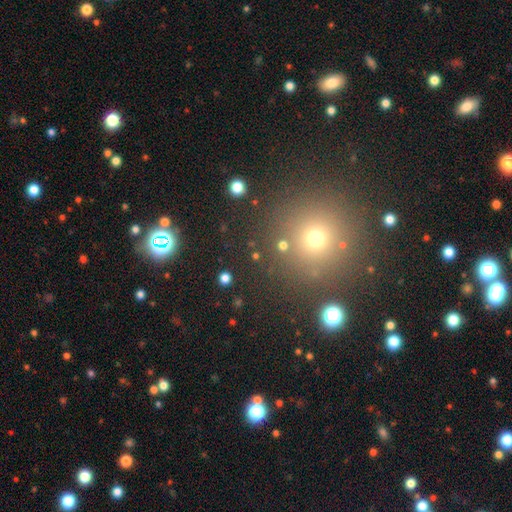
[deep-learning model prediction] smooth_or_featured: smooth (p=0.51) [alt: star or artifact p=0.41]
how_rounded: round (p=0.92) [alt: in between p=0.07]
merging: none (p=0.86) [alt: minor disturbance p=0.06]